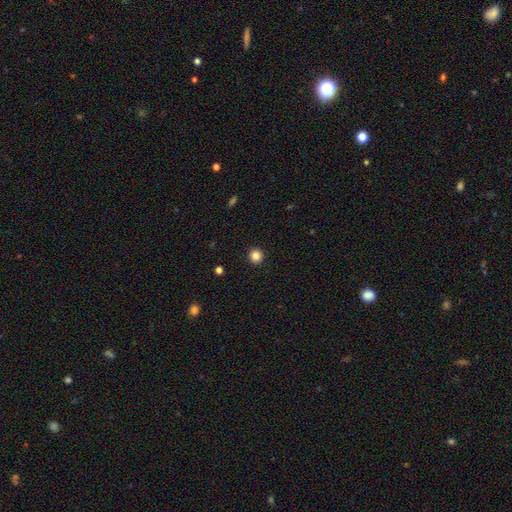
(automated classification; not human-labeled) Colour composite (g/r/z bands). It shows a smooth galaxy with no disk features (85%) that is round (95%). Merging: none (93%).